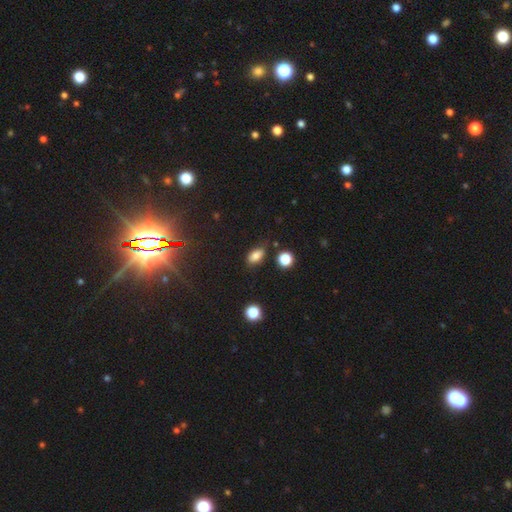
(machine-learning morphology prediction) smooth-or-featured: smooth: 81% | star or artifact: 11% | featured or disk: 8%
  how-rounded: in between: 86% | round: 10% | cigar-shaped: 4%
  merging: none: 74% | minor disturbance: 18% | major disturbance: 4% | merger: 4%